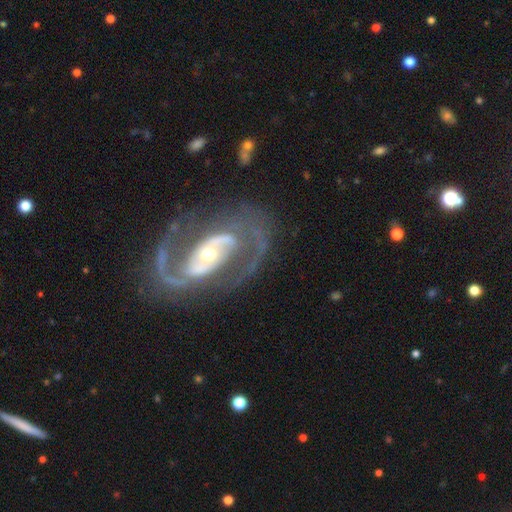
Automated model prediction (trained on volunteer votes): The model was most divided on "bar": strong: 37%, weak: 33%, no: 30%. Remaining: edge-on disk — no (97%); spiral arms — yes (97%); smooth or featured — featured or disk (92%); spiral arm count — 2 (91%); merging — none (78%); spiral winding — medium (58%); bulge size — small (48%).